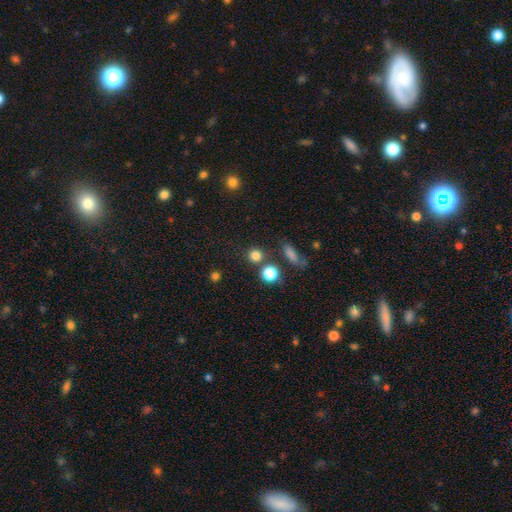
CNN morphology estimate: Q: Smooth or featured?
A: smooth (79%); runner-up: star or artifact (15%)
Q: How rounded?
A: round (89%); runner-up: in between (10%)
Q: Merging?
A: none (74%); runner-up: merger (13%)